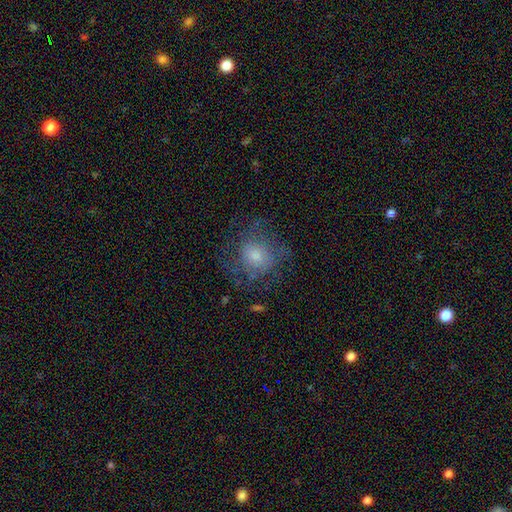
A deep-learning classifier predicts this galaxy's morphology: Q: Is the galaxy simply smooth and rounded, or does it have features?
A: smooth — 56%.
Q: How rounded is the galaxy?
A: round — 78%.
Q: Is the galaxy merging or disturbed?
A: none — 55%.